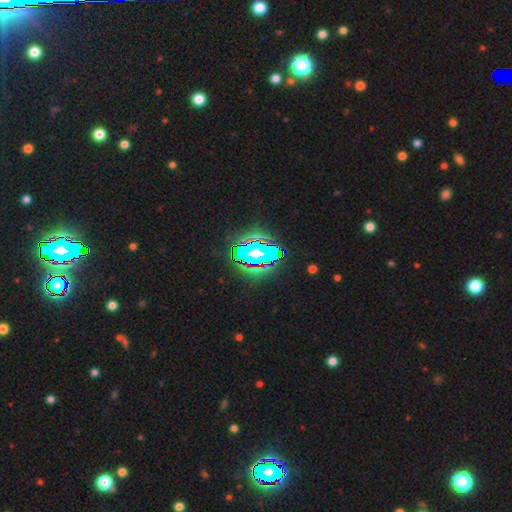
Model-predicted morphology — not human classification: This is clearly a star or artifact rather than a galaxy (82%).